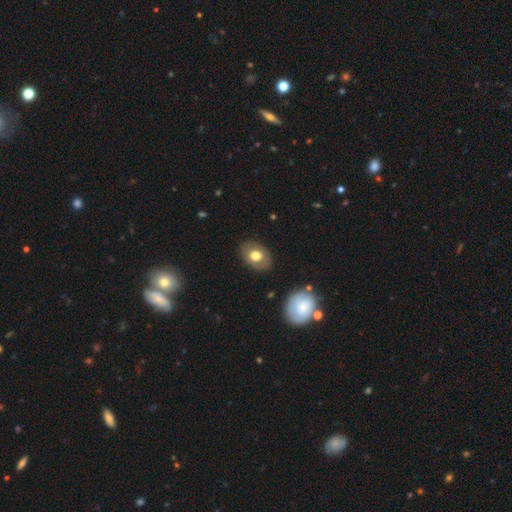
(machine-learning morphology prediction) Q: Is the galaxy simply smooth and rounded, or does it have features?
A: smooth — 68%.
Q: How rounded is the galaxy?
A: in between — 71%.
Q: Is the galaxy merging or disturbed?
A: none — 85%.